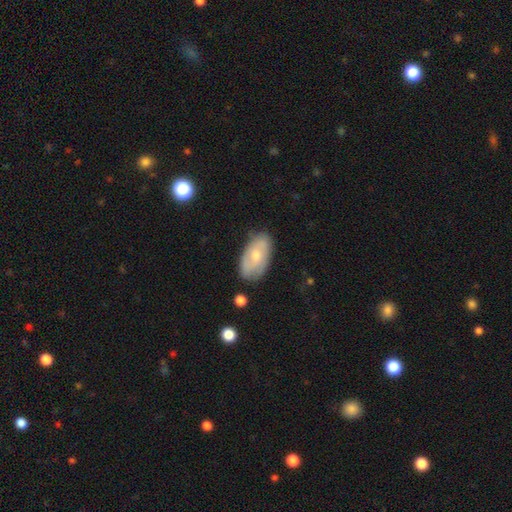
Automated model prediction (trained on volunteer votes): Smooth or featured: smooth — 51% (featured or disk — 43%)
How rounded: in between — 93% (round — 5%)
Merging: none — 75% (minor disturbance — 19%)